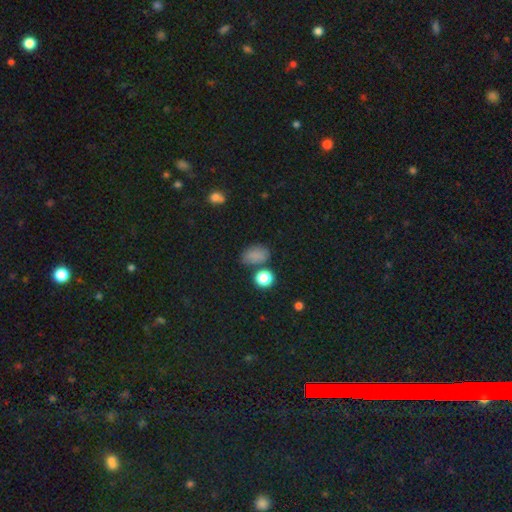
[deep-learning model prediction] This is likely a smooth galaxy (77%). How rounded: likely in between (78%). Merging: likely none (69%).